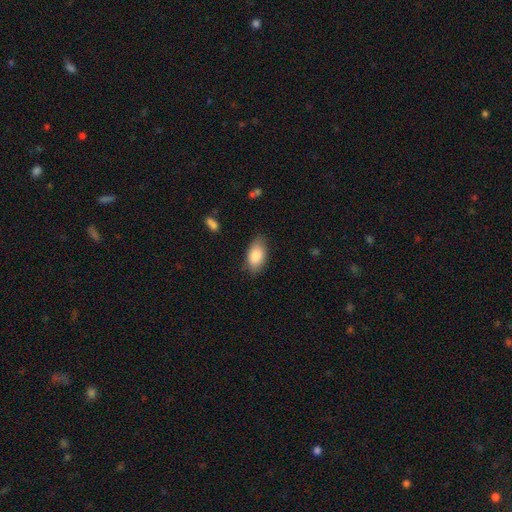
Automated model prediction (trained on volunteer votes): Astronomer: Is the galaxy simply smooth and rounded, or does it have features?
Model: smooth — 86%.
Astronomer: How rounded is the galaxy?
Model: in between — 93%.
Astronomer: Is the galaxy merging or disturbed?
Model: none — 78%.